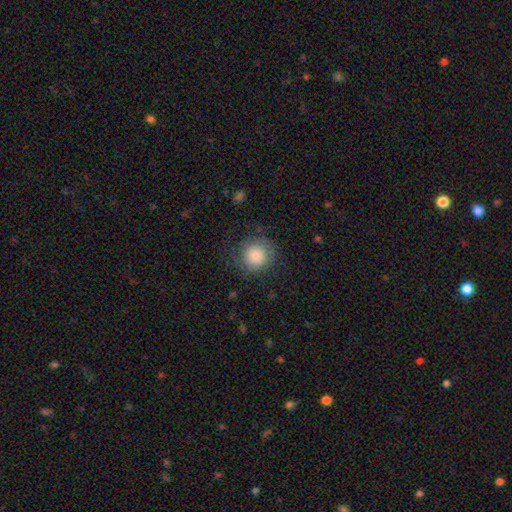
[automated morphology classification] Smooth or featured? smooth (76%)
How rounded? round (92%)
Merging? none (72%)